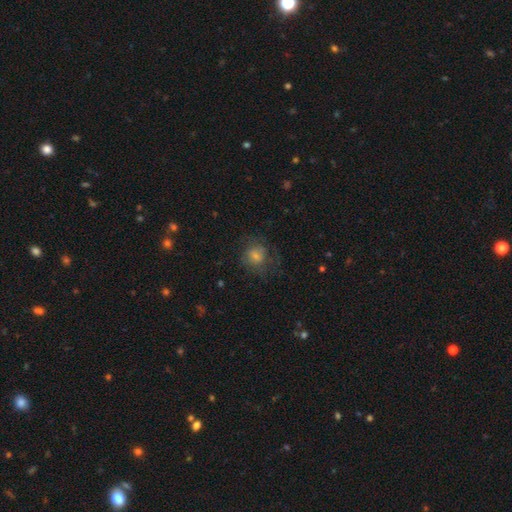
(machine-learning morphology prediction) Smooth or featured: smooth — 56% (featured or disk — 25%)
How rounded: round — 77% (in between — 22%)
Merging: none — 63% (minor disturbance — 19%)